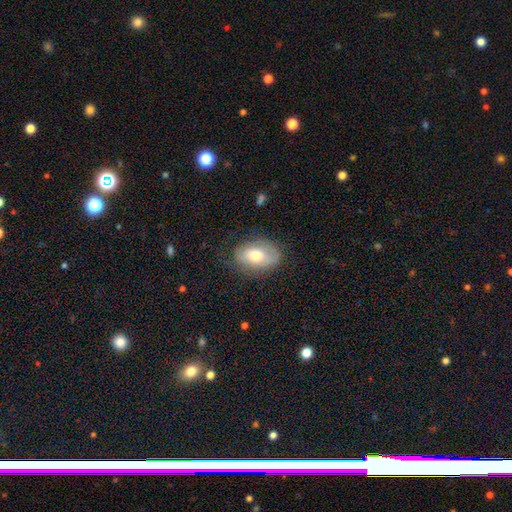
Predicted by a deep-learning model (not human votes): Smooth or featured: smooth — 61% (featured or disk — 31%)
How rounded: in between — 80% (round — 18%)
Merging: none — 69% (minor disturbance — 21%)